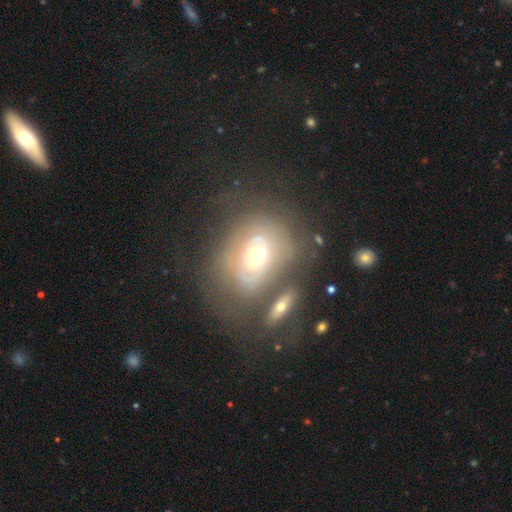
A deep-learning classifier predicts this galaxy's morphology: Q: Smooth or featured?
A: featured or disk (57%); runner-up: smooth (33%)
Q: Edge-on disk?
A: no (93%); runner-up: yes (7%)
Q: Bar?
A: no (77%); runner-up: weak (17%)
Q: Spiral arms?
A: no (51%); runner-up: yes (49%)
Q: Bulge size?
A: moderate (63%); runner-up: small (27%)
Q: Merging?
A: none (46%); runner-up: merger (21%)